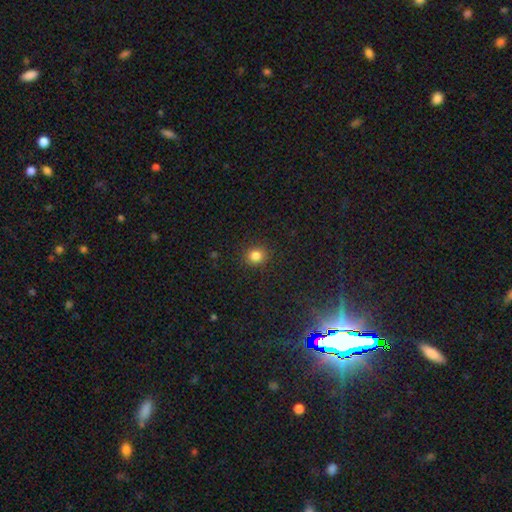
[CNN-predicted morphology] Overall: smooth (83%). How rounded: round (84%). Merging: none (90%).